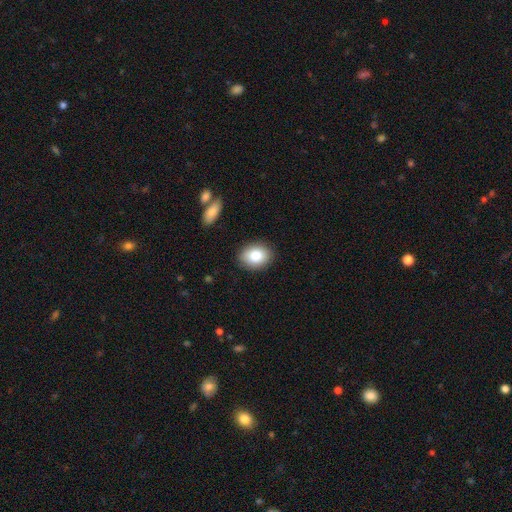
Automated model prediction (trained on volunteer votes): Smooth or featured?
  - smooth: 85% *
  - featured or disk: 8%
  - star or artifact: 8%
How rounded?
  - in between: 67% *
  - round: 32%
  - cigar-shaped: 1%
Merging?
  - none: 86% *
  - minor disturbance: 10%
  - major disturbance: 2%
  - merger: 2%